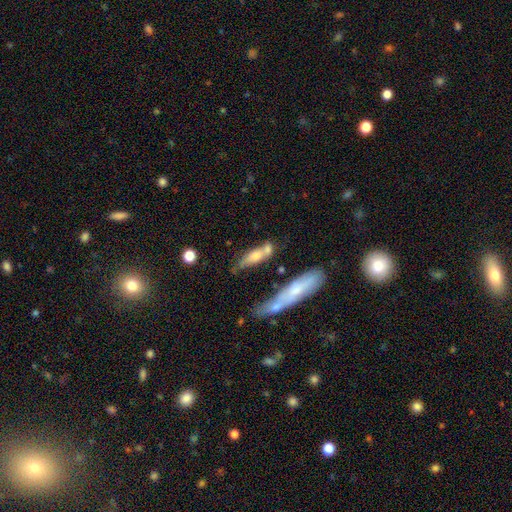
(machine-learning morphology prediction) The model was most divided on "merging": none: 44%, merger: 29%, minor disturbance: 19%, major disturbance: 8%. More confident: smooth or featured — smooth (57%); how rounded — cigar-shaped (56%).